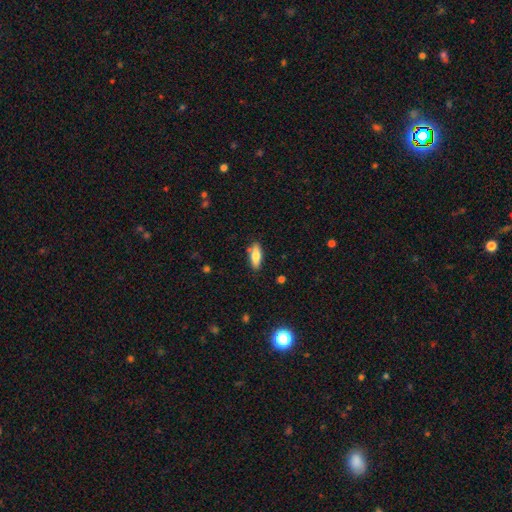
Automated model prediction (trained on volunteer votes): Morphology: type=smooth (77%); roundness=in between (63%); merging=none (83%).